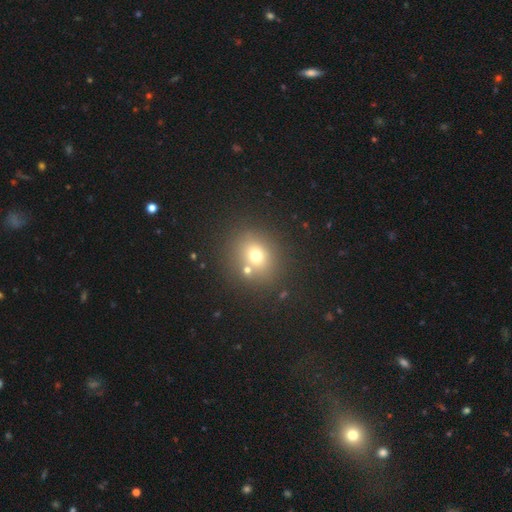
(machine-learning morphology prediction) A smooth galaxy with no disk features (67%) that is round (78%).

Vote fractions:
- Smooth or featured? smooth: 67% / star or artifact: 19% / featured or disk: 13%
- How rounded? round: 78% / in between: 21% / cigar-shaped: 1%
- Merging? none: 73% / merger: 13% / minor disturbance: 9% / major disturbance: 4%